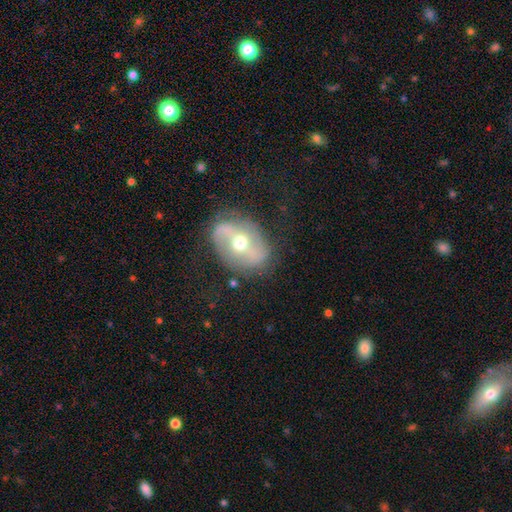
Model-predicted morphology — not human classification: type=featured or disk (64%); edge-on=no (92%); bar=strong (35%); spiral arms=yes (51%); bulge=moderate (75%); merging=none (72%).